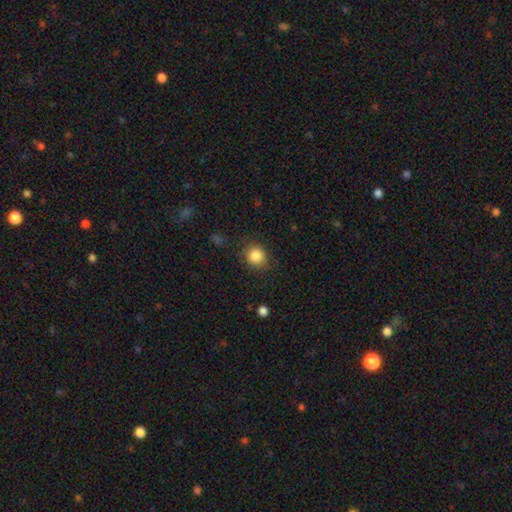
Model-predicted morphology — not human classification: This is clearly a smooth galaxy (86%). How rounded: clearly round (82%). Merging: clearly none (82%).